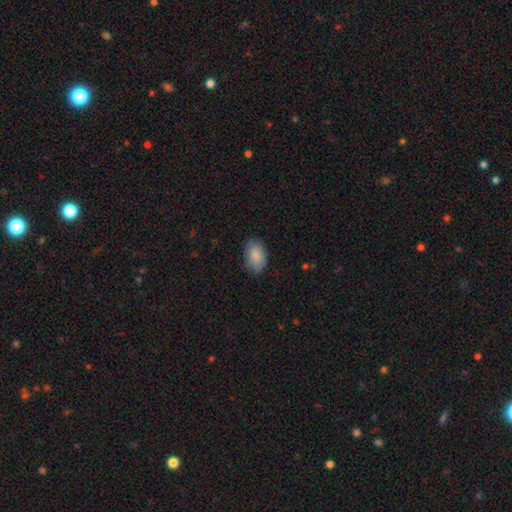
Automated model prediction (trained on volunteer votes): Overall: smooth (87%). How rounded: in between (90%). Merging: none (78%).